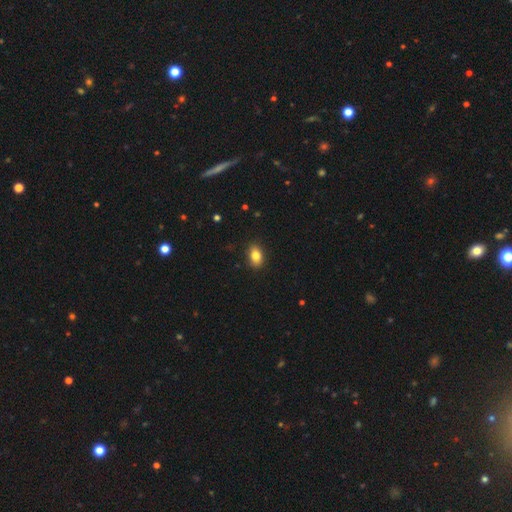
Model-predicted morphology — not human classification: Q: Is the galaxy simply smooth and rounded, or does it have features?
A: smooth — 84%.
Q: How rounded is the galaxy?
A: in between — 85%.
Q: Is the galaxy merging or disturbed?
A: none — 88%.